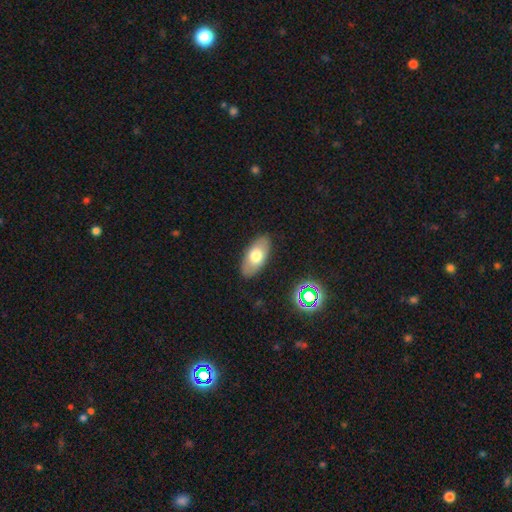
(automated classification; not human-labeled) A smooth galaxy with no disk features (68%) that is in between round and cigar-shaped (91%). Merging: none (87%).